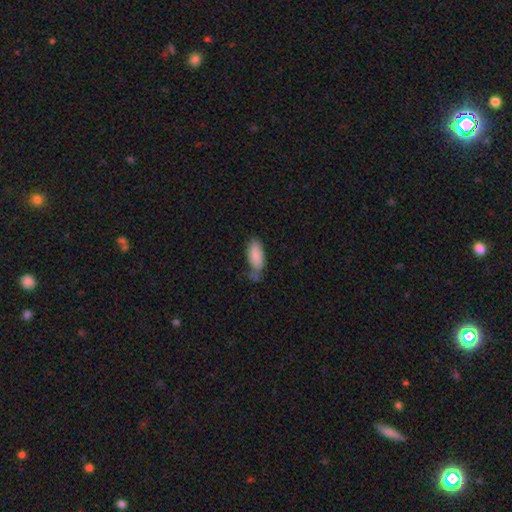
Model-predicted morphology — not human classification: smooth_or_featured: smooth (p=0.84) [alt: featured or disk p=0.09]
how_rounded: in between (p=0.88) [alt: cigar-shaped p=0.10]
merging: none (p=0.48) [alt: minor disturbance p=0.31]